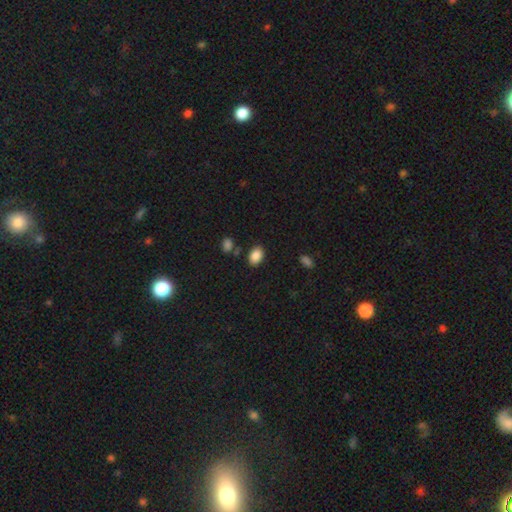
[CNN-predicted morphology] This appears to be a smooth galaxy with no disk features (87%) that is in between round and cigar-shaped (81%). Merging: none (81%).